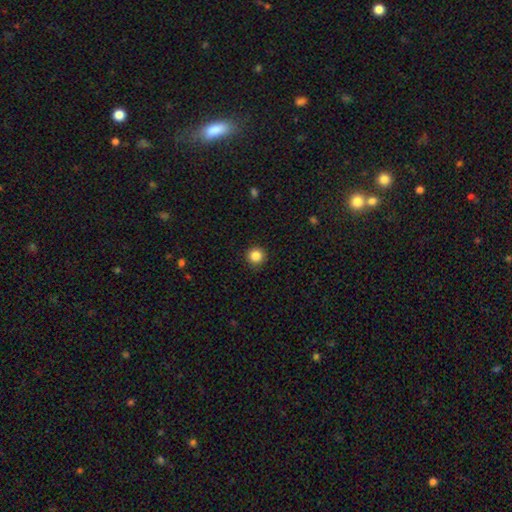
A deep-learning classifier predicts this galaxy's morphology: A smooth galaxy with no disk features (85%) that is round (95%).

Vote fractions:
- Smooth or featured? smooth: 85% / star or artifact: 11% / featured or disk: 4%
- How rounded? round: 95% / in between: 4% / cigar-shaped: 1%
- Merging? none: 92% / minor disturbance: 5% / major disturbance: 2% / merger: 1%